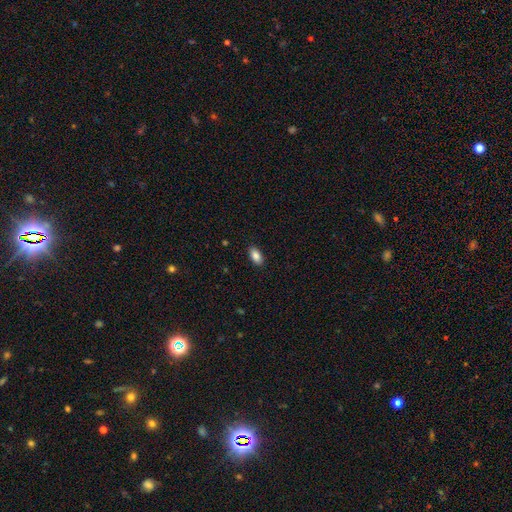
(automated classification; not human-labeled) smooth-or-featured: smooth: 87% | star or artifact: 8% | featured or disk: 6%
  how-rounded: in between: 92% | cigar-shaped: 5% | round: 3%
  merging: none: 89% | minor disturbance: 8% | major disturbance: 2% | merger: 1%